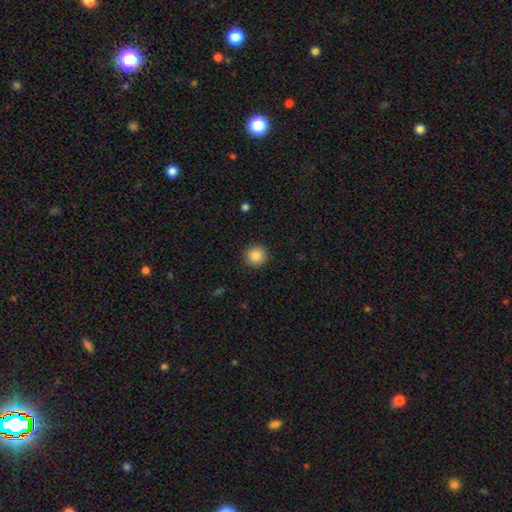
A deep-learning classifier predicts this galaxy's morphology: A smooth galaxy with no disk features (87%) that is round (94%). Merging: none (92%).